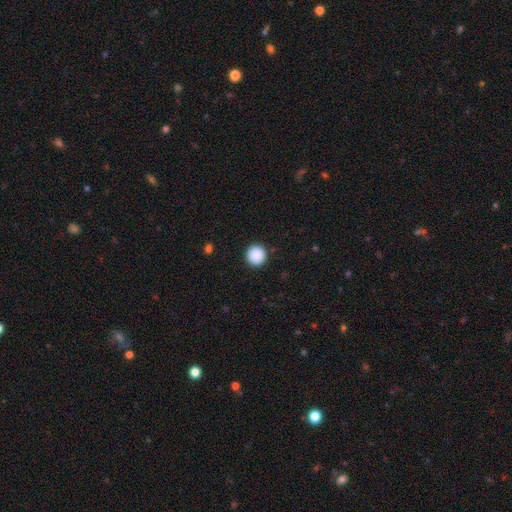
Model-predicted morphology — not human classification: Smooth or featured?
  - smooth: 90% *
  - star or artifact: 8%
  - featured or disk: 2%
How rounded?
  - round: 96% *
  - in between: 3%
  - cigar-shaped: 1%
Merging?
  - none: 93% *
  - minor disturbance: 5%
  - major disturbance: 2%
  - merger: 1%